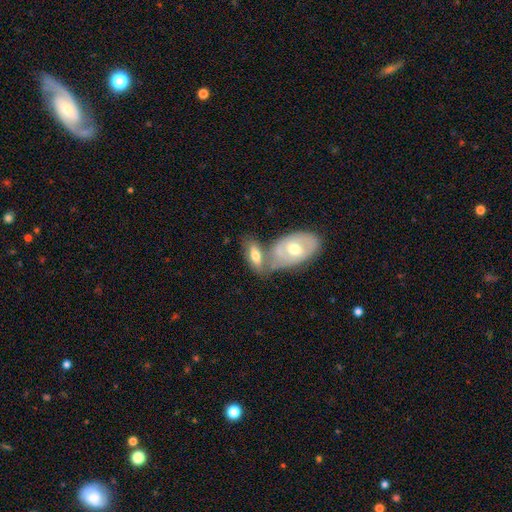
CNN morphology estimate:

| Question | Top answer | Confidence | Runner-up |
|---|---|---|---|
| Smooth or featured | smooth | 54% | featured or disk (40%) |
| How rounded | in between | 85% | cigar-shaped (11%) |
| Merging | merger | 44% | none (38%) |